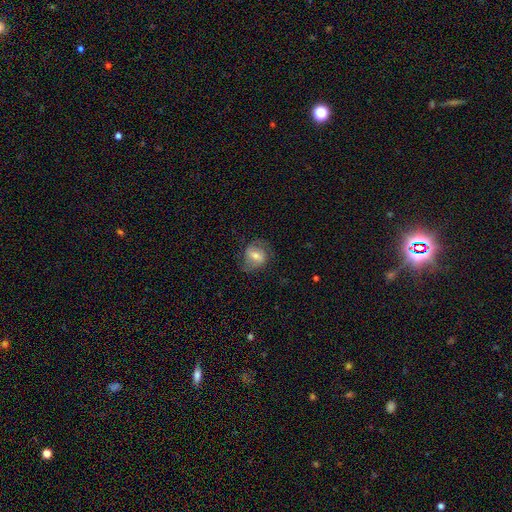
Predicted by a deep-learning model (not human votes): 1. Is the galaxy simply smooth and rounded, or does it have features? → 54% featured or disk, 38% smooth, 8% star or artifact.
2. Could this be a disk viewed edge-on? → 96% no, 4% yes.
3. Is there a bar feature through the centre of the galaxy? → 44% weak, 33% strong, 23% no.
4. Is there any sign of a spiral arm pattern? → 80% yes, 20% no.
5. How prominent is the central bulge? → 58% moderate, 32% small, 7% large, 2% none, 1% dominant.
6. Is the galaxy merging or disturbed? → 68% none, 20% minor disturbance, 11% major disturbance, 1% merger.